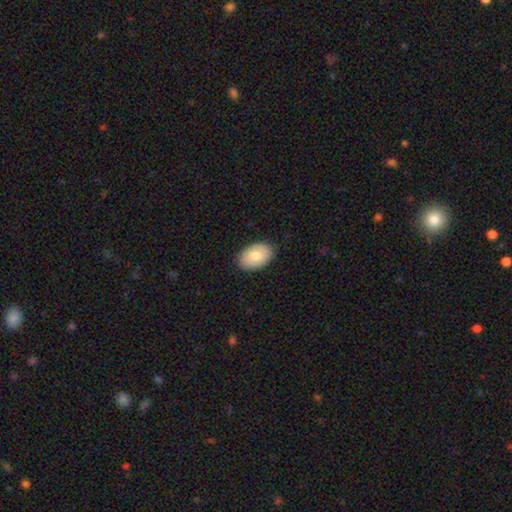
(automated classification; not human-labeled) This appears to be a smooth galaxy with no disk features (80%) that is in between round and cigar-shaped (90%). Merging: none (87%).